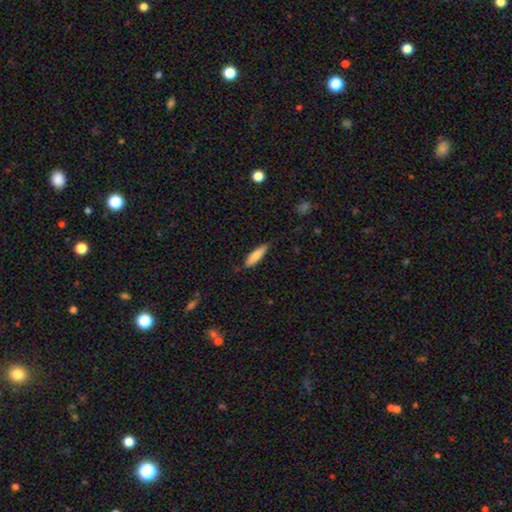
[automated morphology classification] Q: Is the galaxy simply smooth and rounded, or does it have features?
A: smooth — 81%.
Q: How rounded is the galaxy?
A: cigar-shaped — 65%.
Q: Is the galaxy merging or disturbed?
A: none — 82%.